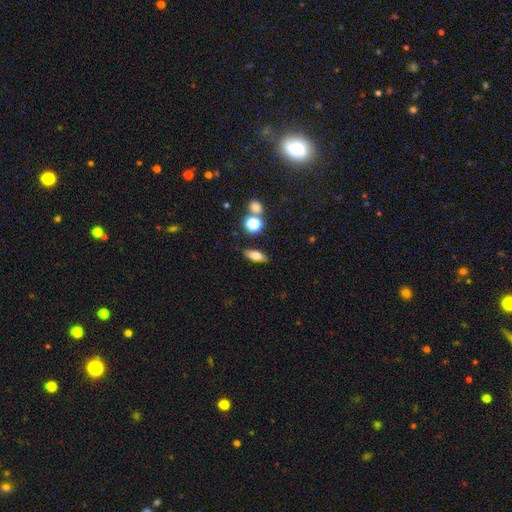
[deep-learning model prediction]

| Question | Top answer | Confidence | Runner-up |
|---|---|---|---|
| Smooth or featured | smooth | 67% | featured or disk (21%) |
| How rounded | in between | 68% | cigar-shaped (23%) |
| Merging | none | 82% | minor disturbance (10%) |